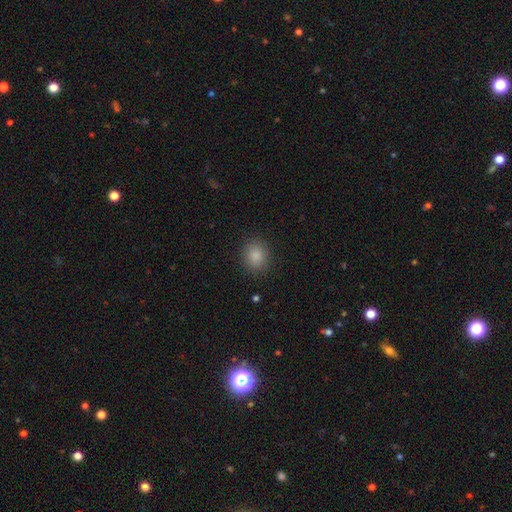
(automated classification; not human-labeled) A smooth galaxy with no disk features (86%) that is round (72%).

Vote fractions:
- Smooth or featured? smooth: 86% / star or artifact: 10% / featured or disk: 4%
- How rounded? round: 72% / in between: 27% / cigar-shaped: 1%
- Merging? none: 88% / minor disturbance: 8% / major disturbance: 3% / merger: 1%